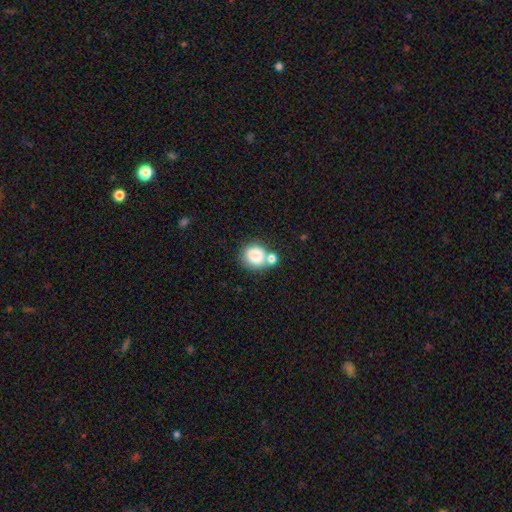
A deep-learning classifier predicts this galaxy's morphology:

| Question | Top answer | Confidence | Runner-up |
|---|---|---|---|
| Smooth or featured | smooth | 82% | star or artifact (9%) |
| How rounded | round | 84% | in between (15%) |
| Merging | none | 54% | merger (32%) |